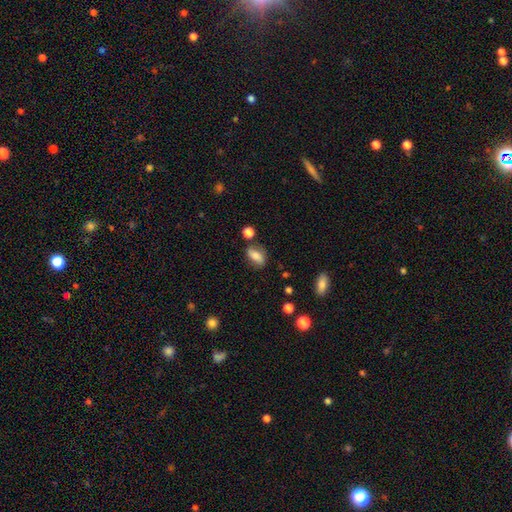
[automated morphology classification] Overall: smooth (75%). How rounded: in between (79%). Merging: none (71%).